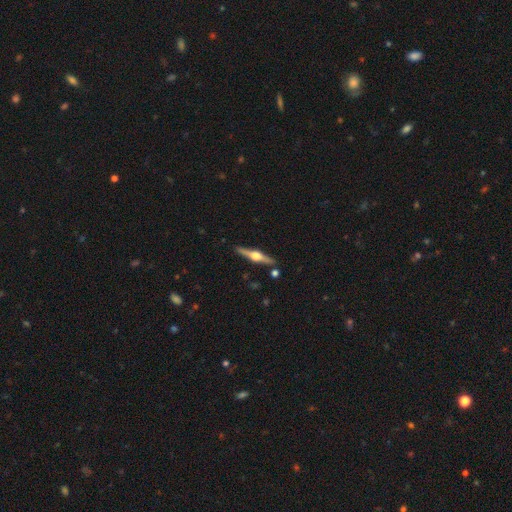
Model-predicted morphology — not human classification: type=featured or disk (81%); edge-on=yes (98%); edge-on bulge=rounded (95%); merging=none (88%).